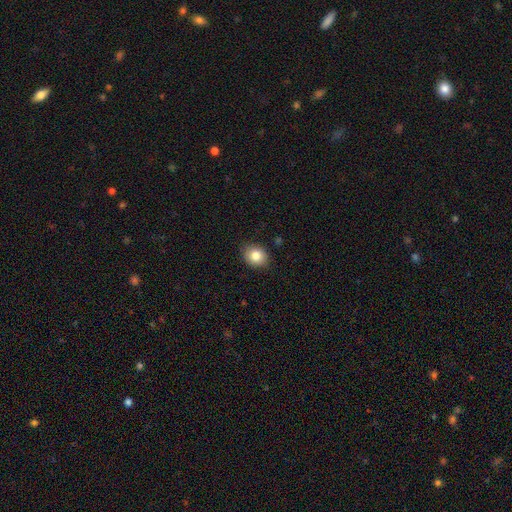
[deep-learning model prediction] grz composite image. It shows a smooth galaxy with no disk features (83%) that is round (61%). Merging: none (86%).